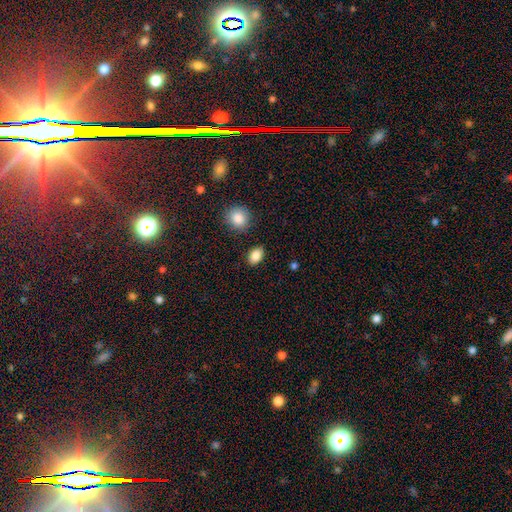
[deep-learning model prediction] Morphology: type=smooth (88%); roundness=in between (81%); merging=none (86%).